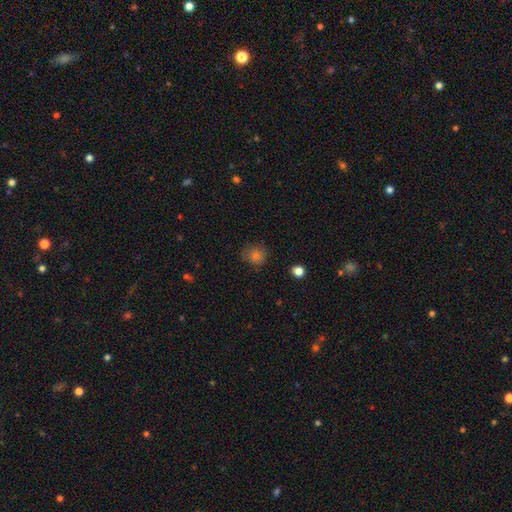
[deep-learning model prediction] Smooth or featured? smooth (72%)
How rounded? round (87%)
Merging? none (79%)